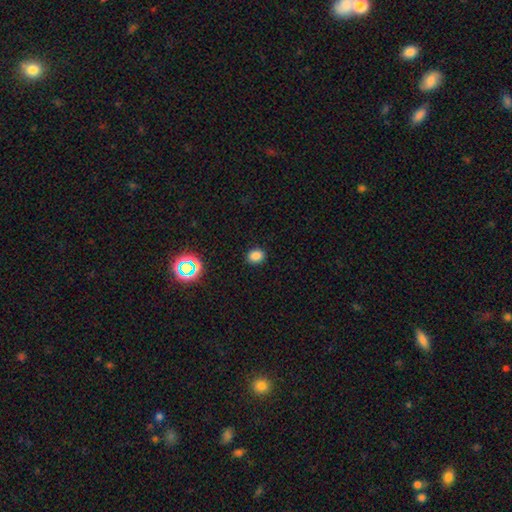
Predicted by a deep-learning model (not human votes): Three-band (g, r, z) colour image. It shows a smooth galaxy with no disk features (82%) that is in between round and cigar-shaped (51%). Merging: none (88%).